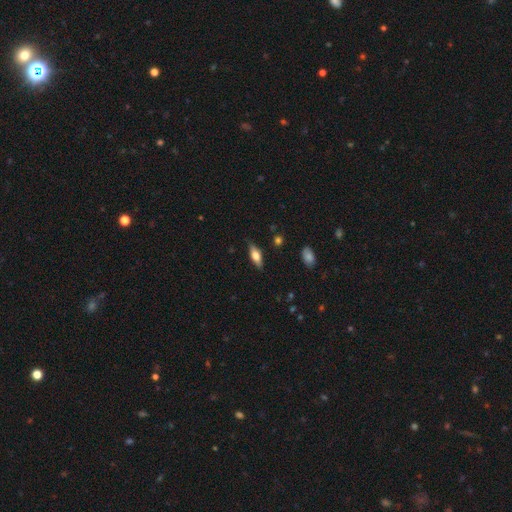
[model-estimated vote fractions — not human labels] smooth 53%, featured or disk 40%, star or artifact 7%. Down the decision tree: how rounded — in between (64%); merging — none (83%).